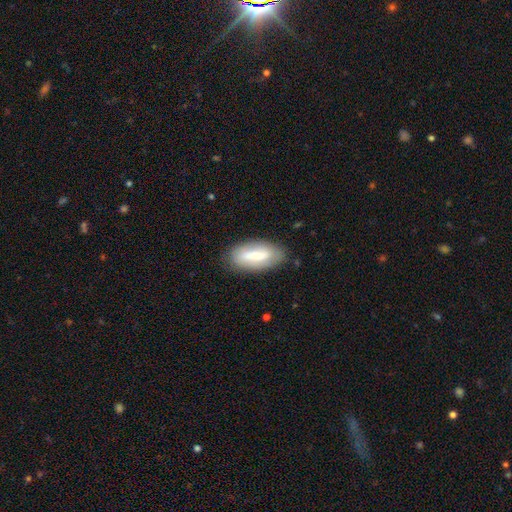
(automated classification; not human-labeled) A smooth galaxy with no disk features (60%) that is in between round and cigar-shaped (84%). Merging: none (82%).